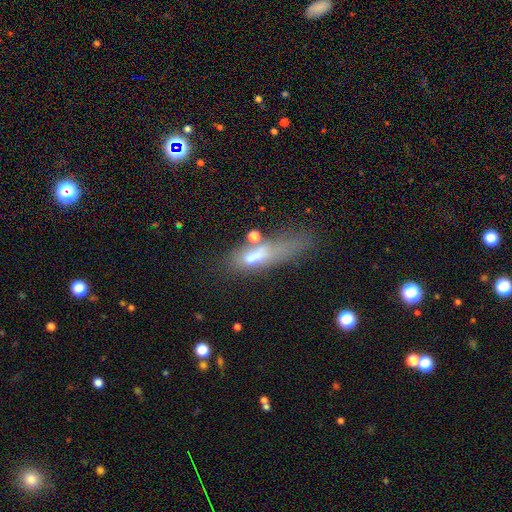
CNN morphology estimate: smooth-or-featured: smooth: 55% | featured or disk: 31% | star or artifact: 14%
  how-rounded: cigar-shaped: 51% | in between: 44% | round: 5%
  merging: none: 33% | major disturbance: 26% | minor disturbance: 23% | merger: 18%